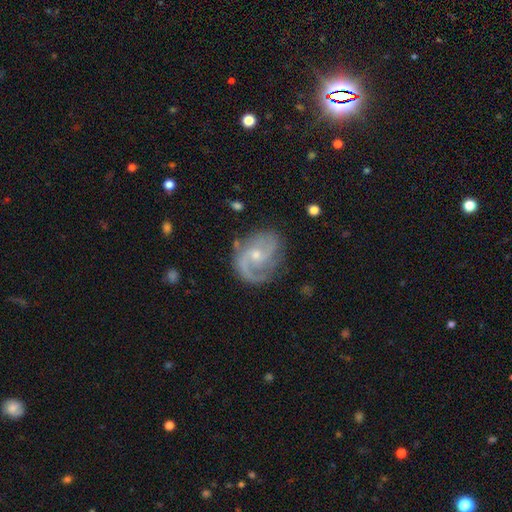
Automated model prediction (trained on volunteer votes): The model was most divided on "bulge size": small: 58%, moderate: 39%, none: 2%, large: 1%, dominant: 1%. More confident: edge-on disk — no (98%); spiral arms — yes (96%); smooth or featured — featured or disk (86%); spiral arm count — 2 (71%); merging — none (69%); bar — no (59%); spiral winding — medium (50%).